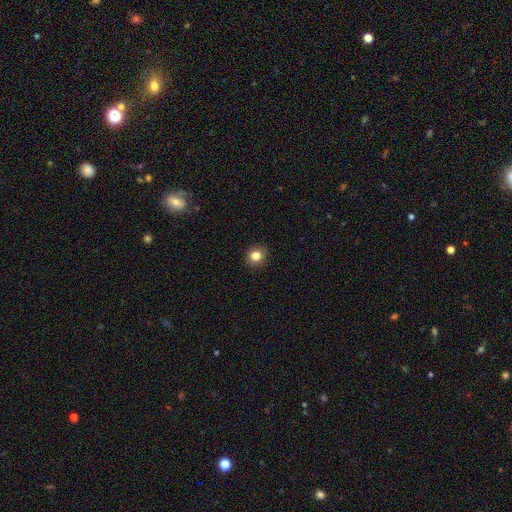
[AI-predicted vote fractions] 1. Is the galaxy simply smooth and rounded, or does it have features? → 82% smooth, 11% star or artifact, 7% featured or disk.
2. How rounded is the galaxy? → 84% round, 15% in between, 1% cigar-shaped.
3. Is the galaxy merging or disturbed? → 90% none, 7% minor disturbance, 2% major disturbance, 1% merger.